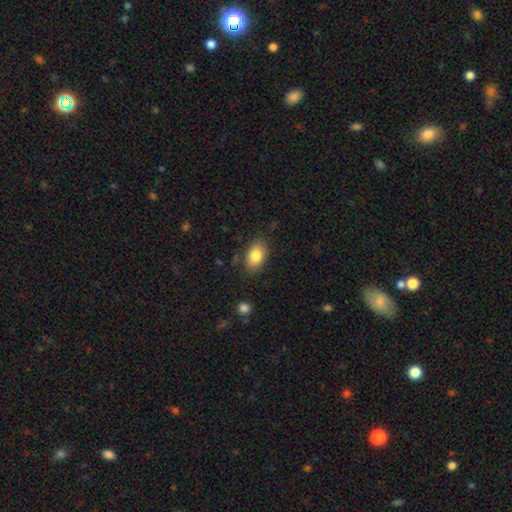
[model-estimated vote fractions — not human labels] Smooth or featured? smooth (82%)
How rounded? in between (90%)
Merging? none (83%)